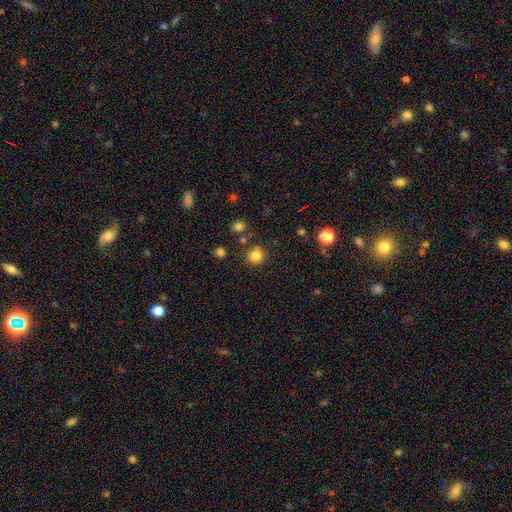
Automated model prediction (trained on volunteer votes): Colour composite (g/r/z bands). It shows a smooth galaxy with no disk features (83%) that is round (91%). Merging: none (83%).